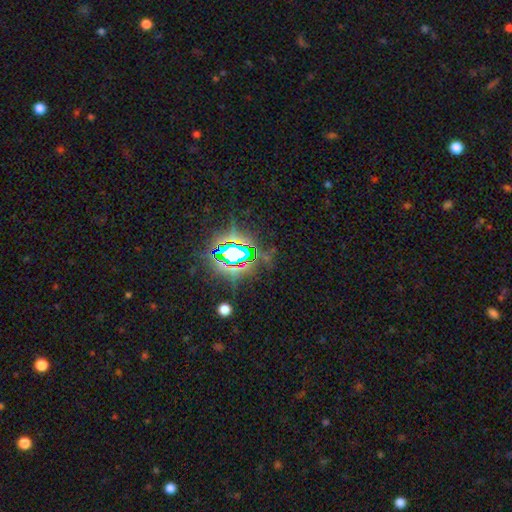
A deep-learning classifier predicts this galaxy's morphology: smooth-or-featured: star or artifact: 83% | smooth: 10% | featured or disk: 7%